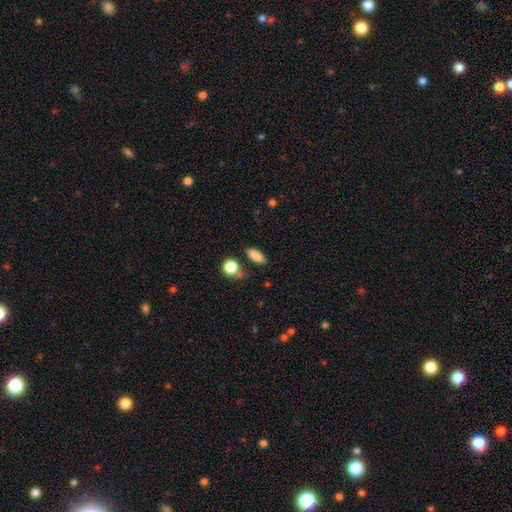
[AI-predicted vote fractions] The model was most divided on "how rounded": in between: 75%, cigar-shaped: 19%, round: 6%. More confident: smooth or featured — smooth (86%); merging — none (79%).